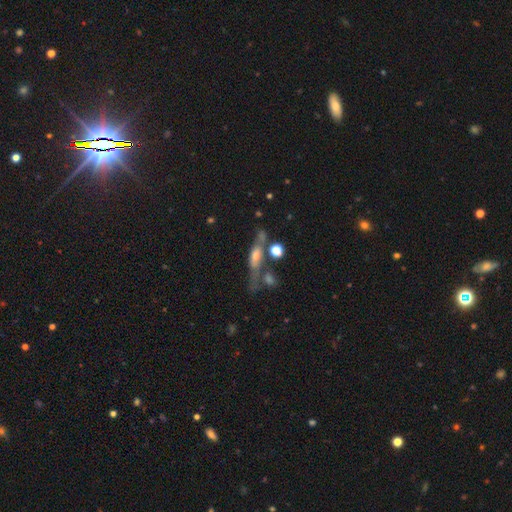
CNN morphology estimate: Q: Smooth or featured?
A: featured or disk (55%); runner-up: smooth (33%)
Q: Edge-on disk?
A: yes (67%); runner-up: no (33%)
Q: Merging?
A: none (49%); runner-up: minor disturbance (19%)